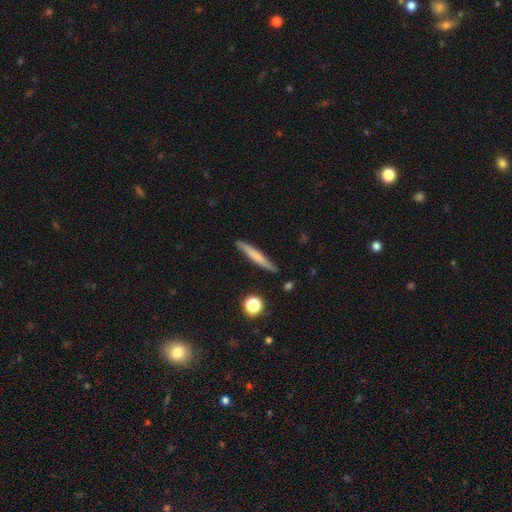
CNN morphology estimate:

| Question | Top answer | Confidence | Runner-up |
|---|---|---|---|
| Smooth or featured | smooth | 62% | featured or disk (32%) |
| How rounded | cigar-shaped | 94% | in between (4%) |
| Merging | none | 86% | minor disturbance (10%) |